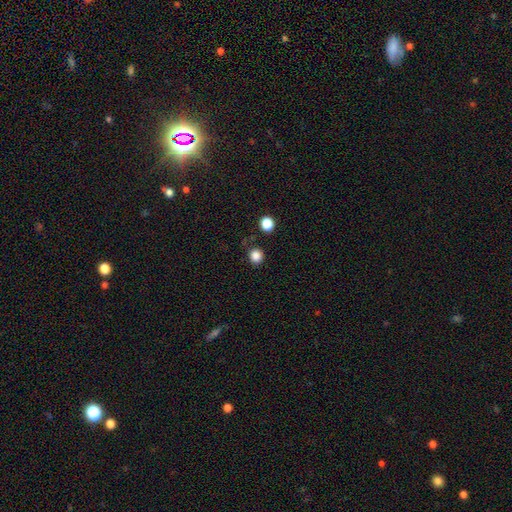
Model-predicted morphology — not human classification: Overall: smooth (85%). How rounded: round (90%). Merging: none (86%).